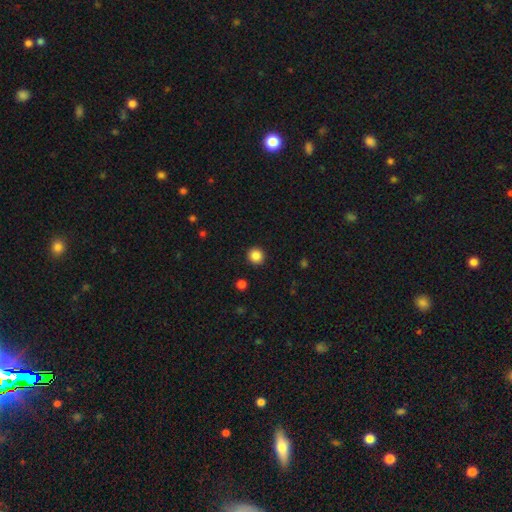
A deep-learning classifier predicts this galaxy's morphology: The model was most divided on "smooth or featured": smooth: 86%, star or artifact: 10%, featured or disk: 4%. More confident: merging — none (93%); how rounded — round (92%).